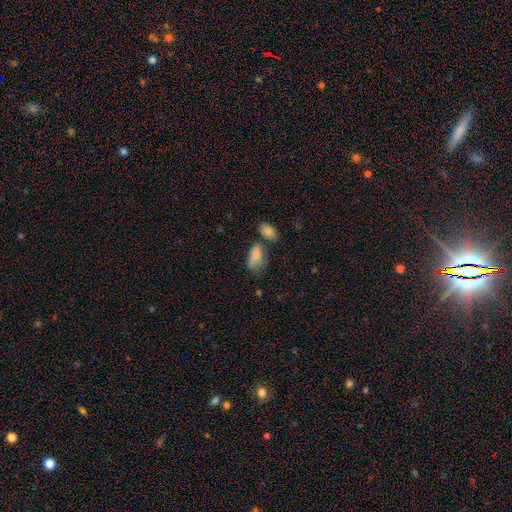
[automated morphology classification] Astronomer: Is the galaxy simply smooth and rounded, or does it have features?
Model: smooth — 79%.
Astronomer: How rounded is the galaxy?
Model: in between — 87%.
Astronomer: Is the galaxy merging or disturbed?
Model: none — 36% (runner-up: minor disturbance, 25%).